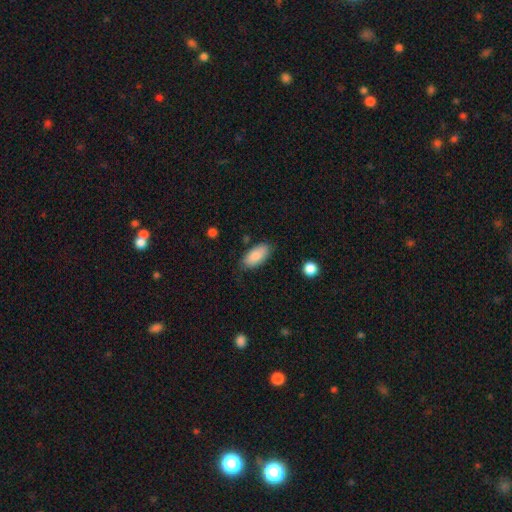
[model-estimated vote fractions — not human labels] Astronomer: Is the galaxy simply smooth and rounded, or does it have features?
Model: smooth — 86%.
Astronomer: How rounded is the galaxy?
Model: in between — 91%.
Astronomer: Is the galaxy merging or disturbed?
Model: none — 79%.